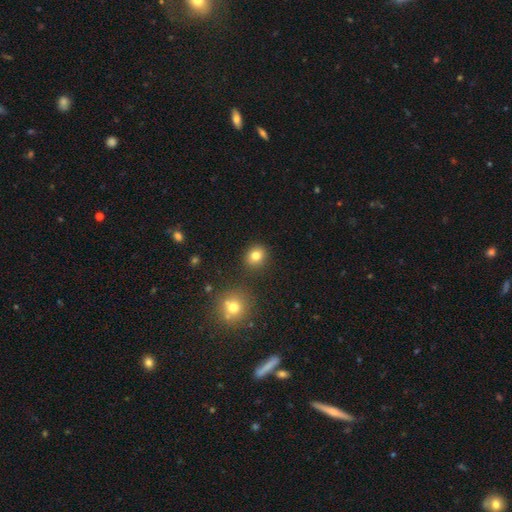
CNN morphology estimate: A smooth galaxy with no disk features (80%) that is round (79%). Merging: none (87%).